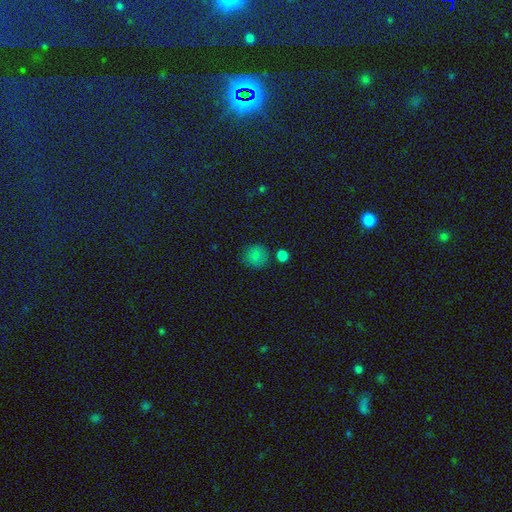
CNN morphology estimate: Overall: smooth (81%). How rounded: round (91%). Merging: none (79%).